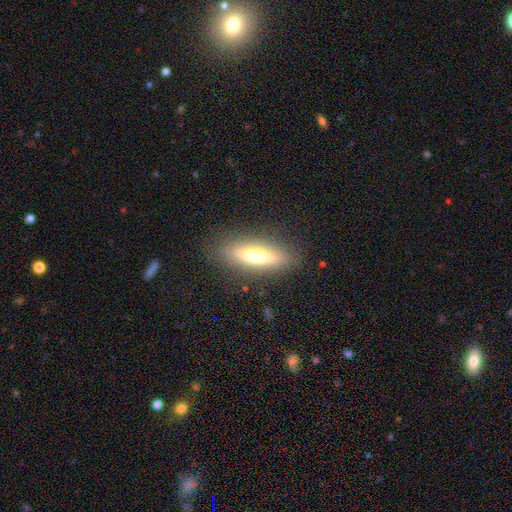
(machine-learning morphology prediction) Overall: smooth (51%; featured or disk 41%). How rounded: cigar-shaped (61%; in between 37%). Merging: none (84%).